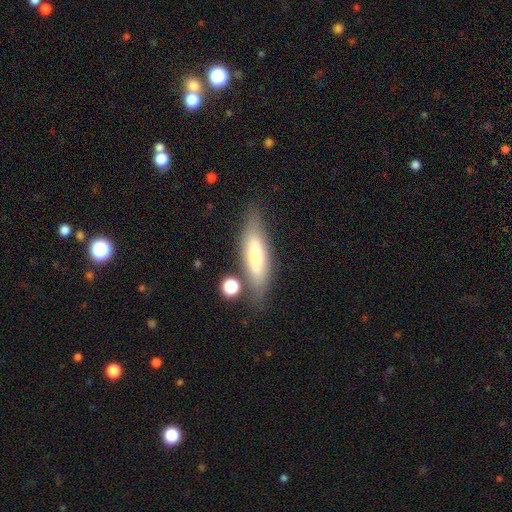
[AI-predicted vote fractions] Q: Smooth or featured?
A: smooth (63%); runner-up: featured or disk (29%)
Q: How rounded?
A: cigar-shaped (60%); runner-up: in between (38%)
Q: Merging?
A: none (72%); runner-up: minor disturbance (15%)